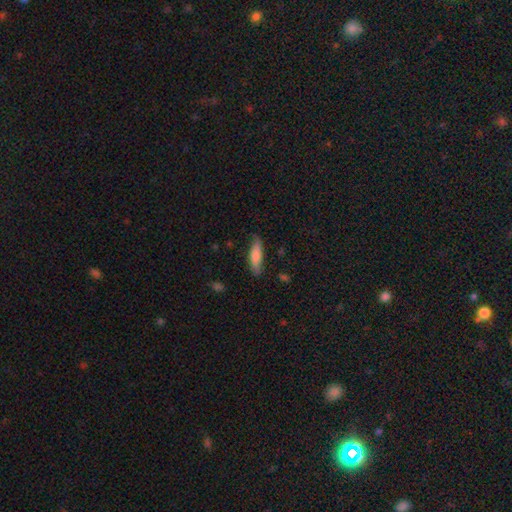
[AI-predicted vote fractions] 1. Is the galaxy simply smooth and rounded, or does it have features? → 74% smooth, 20% featured or disk, 6% star or artifact.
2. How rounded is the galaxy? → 58% cigar-shaped, 40% in between, 2% round.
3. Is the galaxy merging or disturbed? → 76% none, 19% minor disturbance, 3% major disturbance, 2% merger.